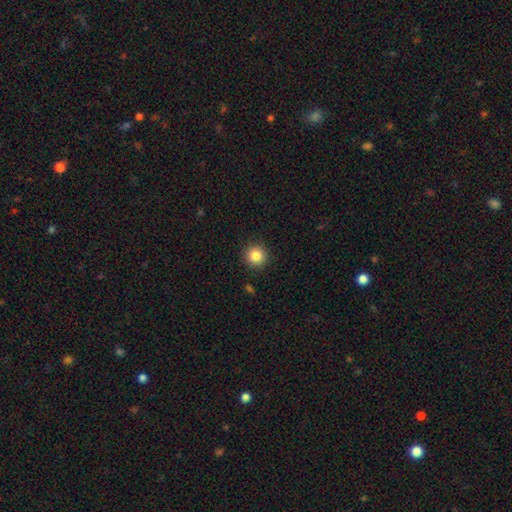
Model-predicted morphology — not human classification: A smooth galaxy with no disk features (85%) that is round (95%).

Vote fractions:
- Smooth or featured? smooth: 85% / star or artifact: 10% / featured or disk: 5%
- How rounded? round: 95% / in between: 4% / cigar-shaped: 1%
- Merging? none: 91% / minor disturbance: 6% / major disturbance: 2% / merger: 1%